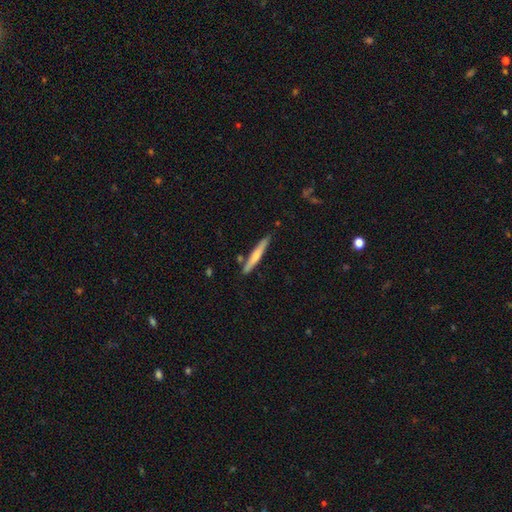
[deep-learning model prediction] A smooth galaxy with no disk features (59%) that is cigar-shaped (95%). Merging: none (82%).